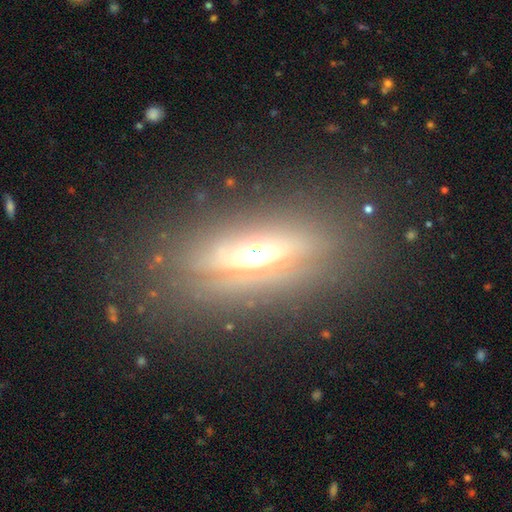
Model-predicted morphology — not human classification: smooth_or_featured: featured or disk (p=0.65) [alt: smooth p=0.23]
disk_edge_on: yes (p=0.79) [alt: no p=0.21]
edge_on_bulge: rounded (p=0.87) [alt: boxy p=0.07]
merging: none (p=0.75) [alt: minor disturbance p=0.14]